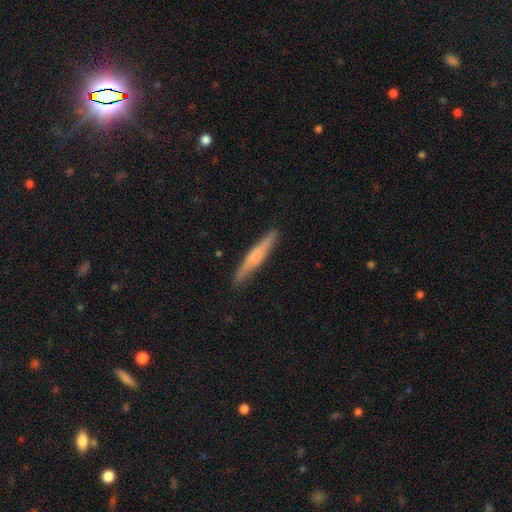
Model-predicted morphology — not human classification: Smooth or featured? Predicted: smooth (p=0.51). How rounded? Predicted: cigar-shaped (p=0.94). Merging? Predicted: none (p=0.89).